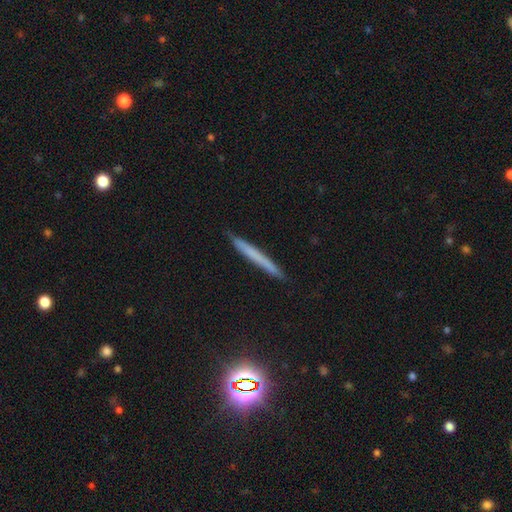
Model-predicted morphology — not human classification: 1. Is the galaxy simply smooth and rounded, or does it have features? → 56% smooth, 34% featured or disk, 11% star or artifact.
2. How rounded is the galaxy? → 97% cigar-shaped, 2% in between, 2% round.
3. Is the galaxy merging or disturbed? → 89% none, 8% minor disturbance, 1% major disturbance, 1% merger.